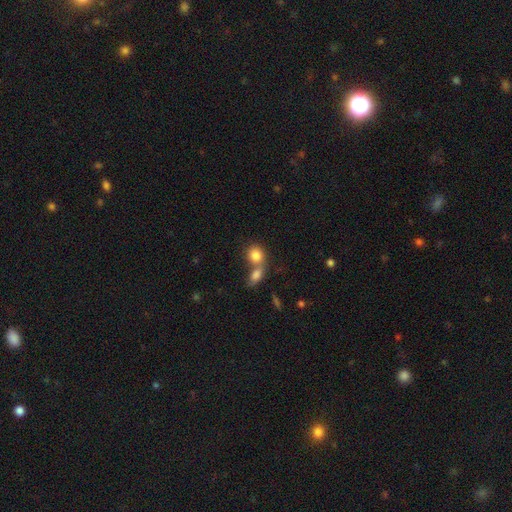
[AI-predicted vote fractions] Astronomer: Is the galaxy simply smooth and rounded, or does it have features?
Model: smooth — 83%.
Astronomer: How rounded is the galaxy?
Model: round — 68%.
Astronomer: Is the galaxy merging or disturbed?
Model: merger — 54% (runner-up: none, 36%).